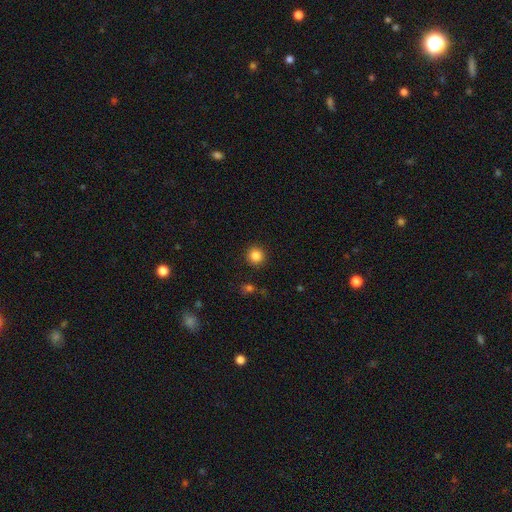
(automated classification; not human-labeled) The model was most divided on "smooth or featured": smooth: 85%, star or artifact: 11%, featured or disk: 4%. More confident: how rounded — round (94%); merging — none (91%).